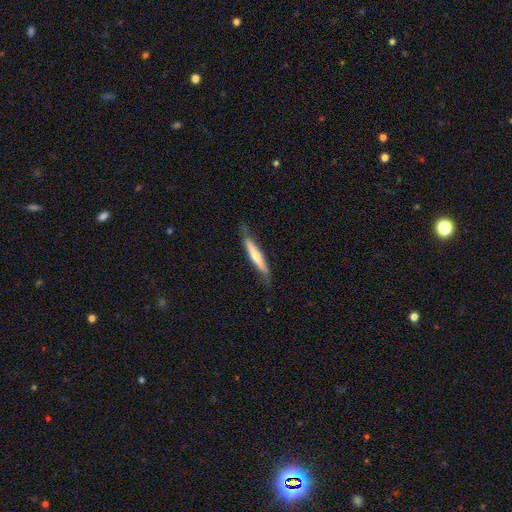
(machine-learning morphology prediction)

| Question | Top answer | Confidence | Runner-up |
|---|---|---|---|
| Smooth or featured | smooth | 51% | featured or disk (43%) |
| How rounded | cigar-shaped | 92% | in between (7%) |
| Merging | none | 74% | minor disturbance (21%) |